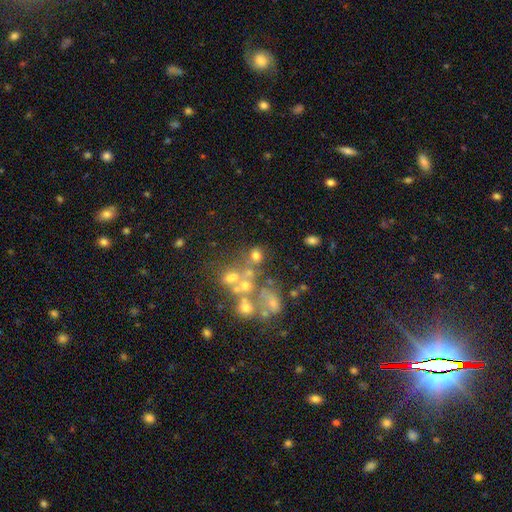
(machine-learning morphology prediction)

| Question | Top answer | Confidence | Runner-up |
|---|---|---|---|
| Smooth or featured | smooth | 50% | featured or disk (29%) |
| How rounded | round | 57% | in between (40%) |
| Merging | none | 41% | merger (34%) |